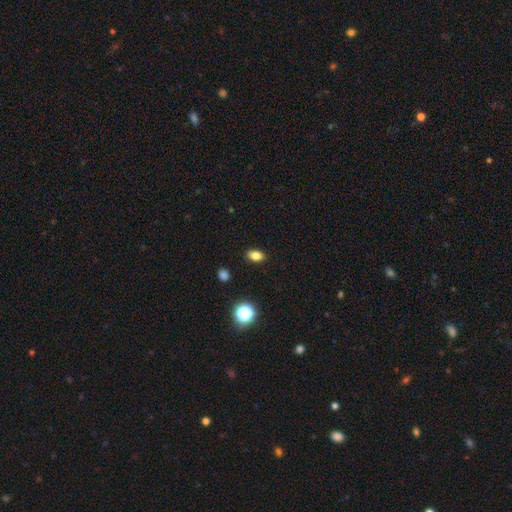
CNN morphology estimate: Smooth or featured? Predicted: smooth (p=0.81). How rounded? Predicted: in between (p=0.83). Merging? Predicted: none (p=0.88).